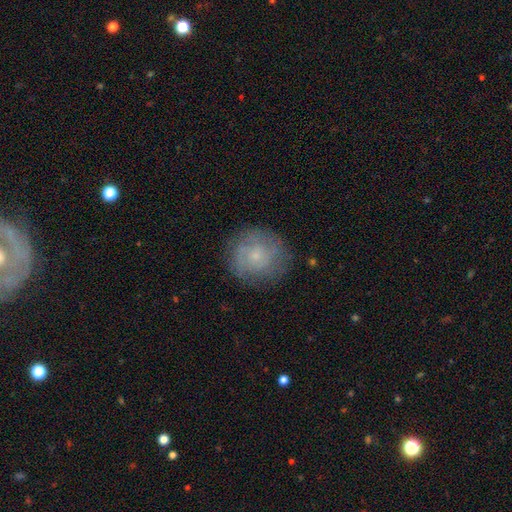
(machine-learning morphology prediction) A smooth galaxy with no disk features (48%).

Vote fractions:
- Smooth or featured? smooth: 48% / featured or disk: 41% / star or artifact: 11%
- Merging? none: 80% / minor disturbance: 14% / major disturbance: 5% / merger: 1%